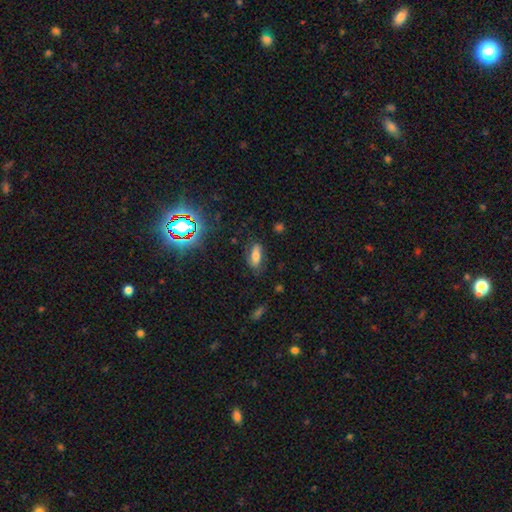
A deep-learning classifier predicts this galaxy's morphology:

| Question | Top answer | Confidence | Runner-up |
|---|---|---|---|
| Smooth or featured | smooth | 65% | featured or disk (21%) |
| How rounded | in between | 76% | cigar-shaped (20%) |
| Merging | none | 74% | minor disturbance (18%) |